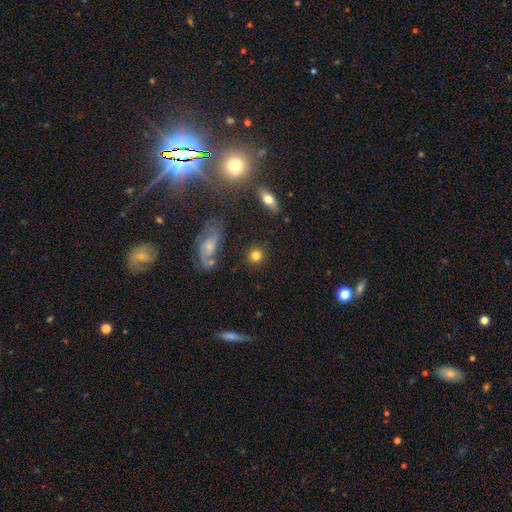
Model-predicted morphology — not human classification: smooth_or_featured: smooth (p=0.78) [alt: featured or disk p=0.11]
how_rounded: round (p=0.88) [alt: in between p=0.10]
merging: none (p=0.82) [alt: minor disturbance p=0.10]